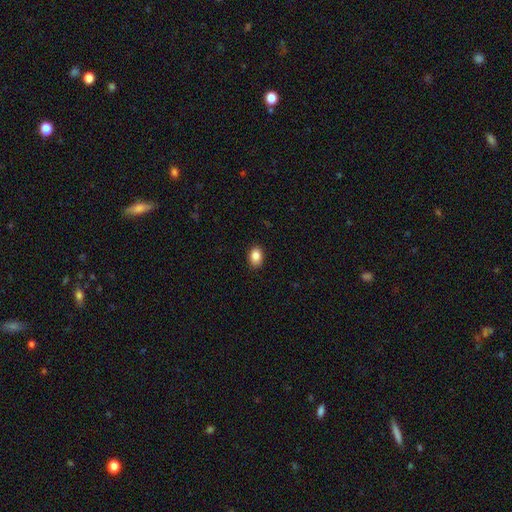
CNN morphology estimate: smooth-or-featured: smooth: 86% | star or artifact: 9% | featured or disk: 5%
  how-rounded: in between: 76% | round: 23% | cigar-shaped: 1%
  merging: none: 89% | minor disturbance: 8% | major disturbance: 2% | merger: 1%